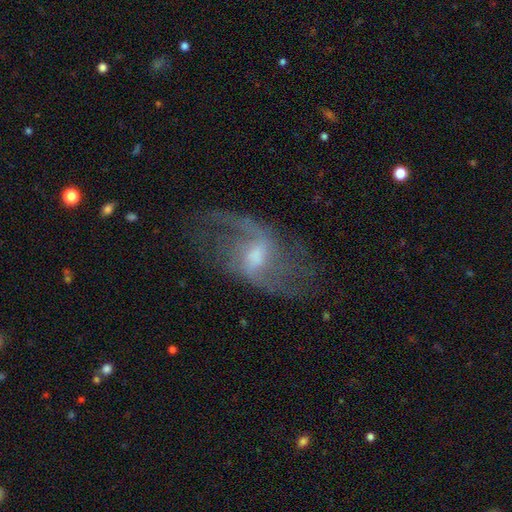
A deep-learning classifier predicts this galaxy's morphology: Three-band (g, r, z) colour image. It shows a featured or disk galaxy (84%) with a weak bar (58%), 2 (81%) loose (64%) spiral arms (91%) and a moderate central bulge (46%). Merging: none (61%).